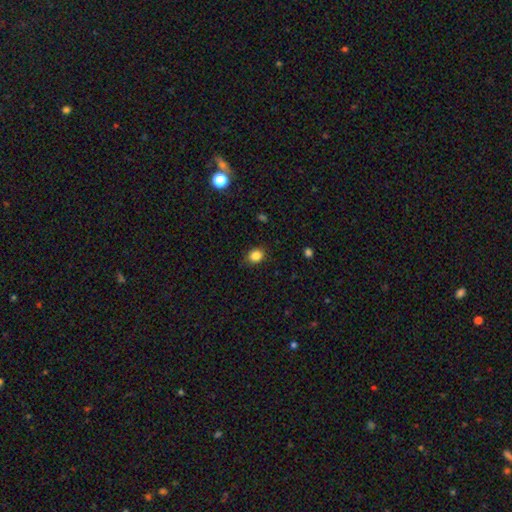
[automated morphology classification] This appears to be a smooth galaxy with no disk features (86%) that is in between round and cigar-shaped (51%). Merging: none (86%).